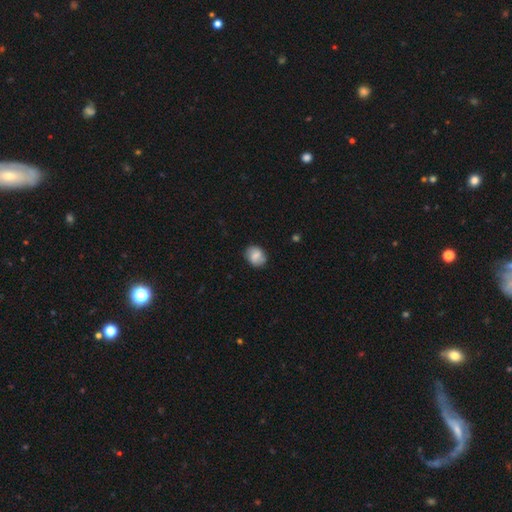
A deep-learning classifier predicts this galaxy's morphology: Smooth or featured: smooth — 69% (featured or disk — 24%)
How rounded: round — 56% (in between — 42%)
Merging: none — 81% (minor disturbance — 14%)